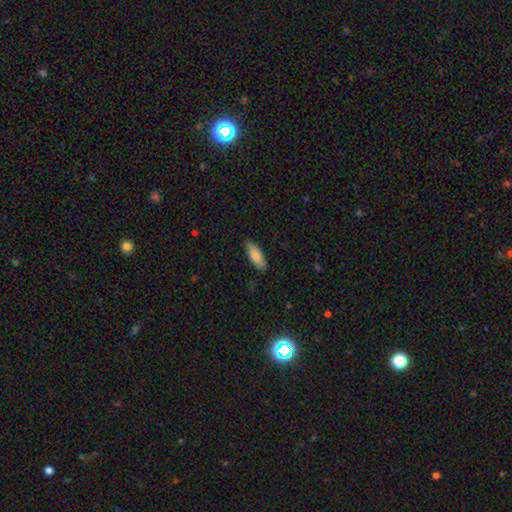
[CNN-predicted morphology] type=smooth (83%); roundness=in between (68%); merging=none (86%).